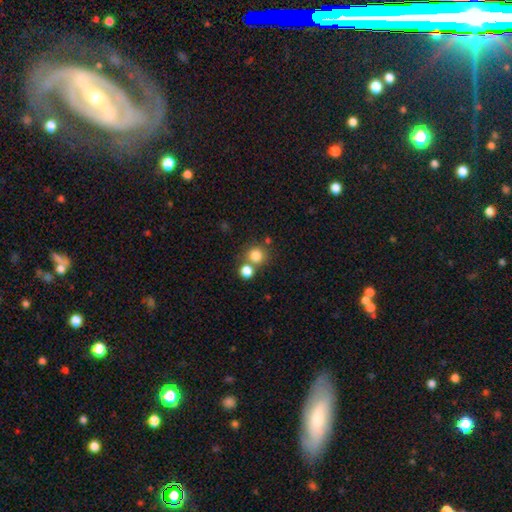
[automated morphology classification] Q: Smooth or featured?
A: smooth (80%); runner-up: star or artifact (13%)
Q: How rounded?
A: round (89%); runner-up: in between (10%)
Q: Merging?
A: none (65%); runner-up: merger (24%)